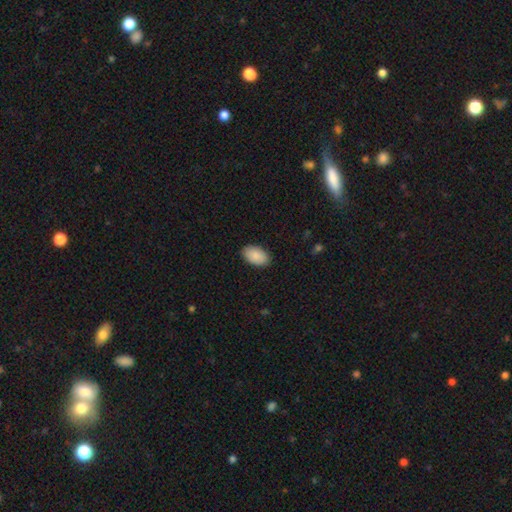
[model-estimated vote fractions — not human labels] This is clearly a smooth galaxy (90%). How rounded: clearly in between (94%). Merging: clearly none (89%).